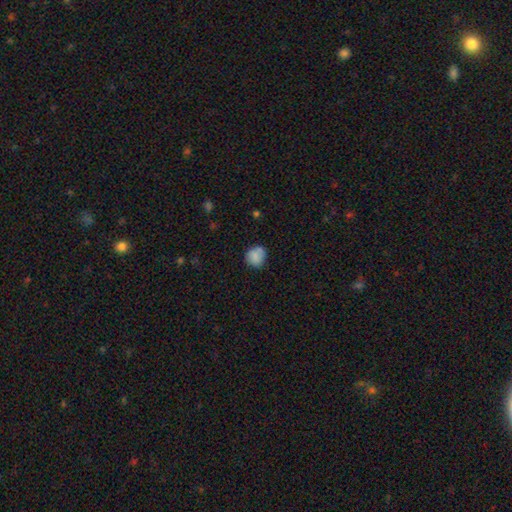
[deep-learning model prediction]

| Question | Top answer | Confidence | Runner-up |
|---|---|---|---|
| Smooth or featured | smooth | 81% | featured or disk (10%) |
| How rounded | round | 80% | in between (19%) |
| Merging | none | 68% | minor disturbance (21%) |